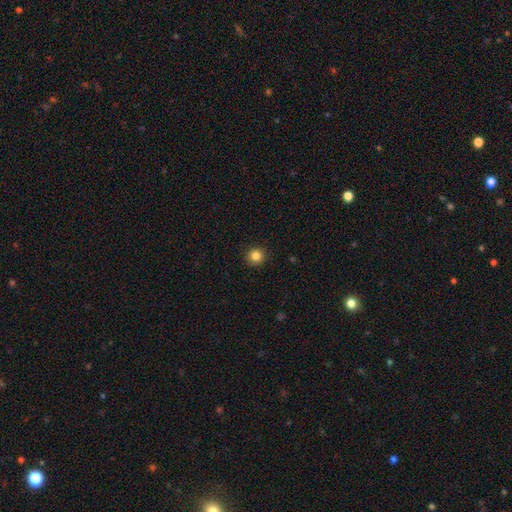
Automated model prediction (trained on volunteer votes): Morphology: type=smooth (84%); roundness=round (93%); merging=none (92%).